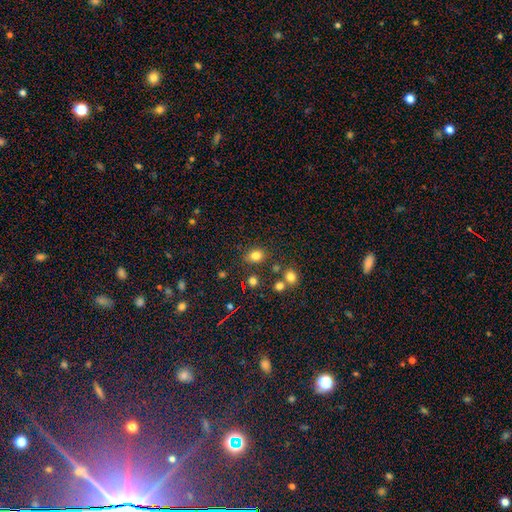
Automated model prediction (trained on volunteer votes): The model was most divided on "how rounded": in between: 55%, round: 44%, cigar-shaped: 1%. More confident: smooth or featured — smooth (80%); merging — none (77%).